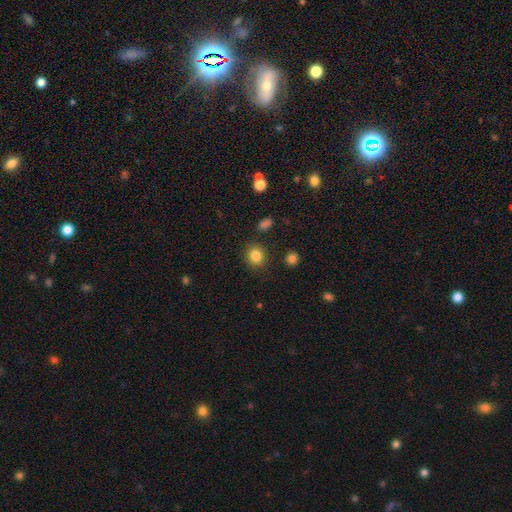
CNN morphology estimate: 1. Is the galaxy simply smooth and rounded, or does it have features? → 84% smooth, 11% star or artifact, 5% featured or disk.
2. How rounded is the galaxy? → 79% round, 20% in between, 1% cigar-shaped.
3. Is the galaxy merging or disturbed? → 87% none, 8% minor disturbance, 3% major disturbance, 2% merger.